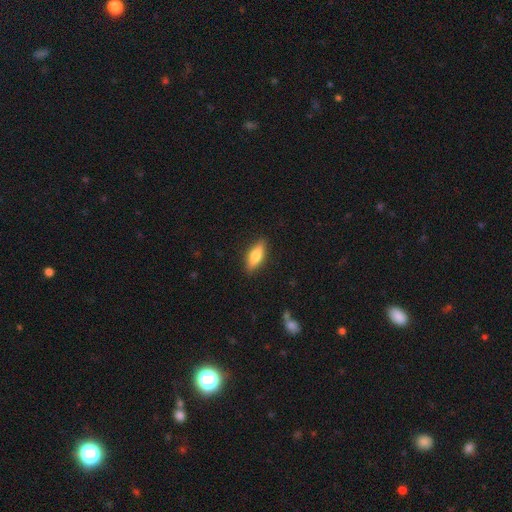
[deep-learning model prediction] The model was most divided on "how rounded": in between: 60%, cigar-shaped: 37%, round: 3%. More confident: merging — none (87%); smooth or featured — smooth (62%).